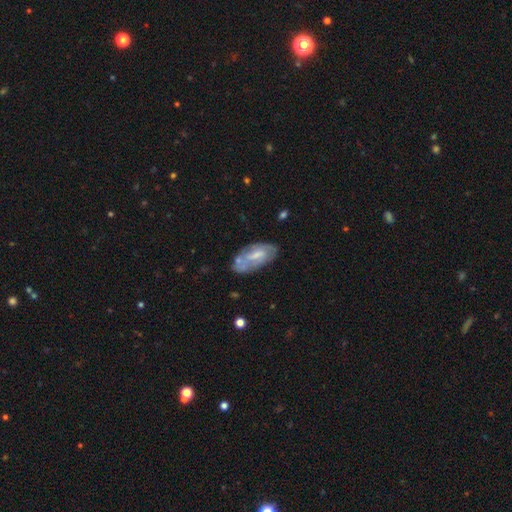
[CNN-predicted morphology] Q: Smooth or featured?
A: featured or disk (53%); runner-up: smooth (40%)
Q: Edge-on disk?
A: no (92%); runner-up: yes (8%)
Q: Merging?
A: none (57%); runner-up: minor disturbance (26%)